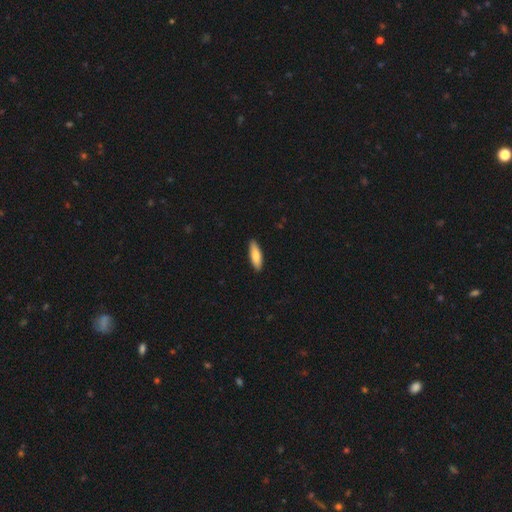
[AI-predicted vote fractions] Smooth or featured? smooth (80%)
How rounded? cigar-shaped (50%)
Merging? none (90%)